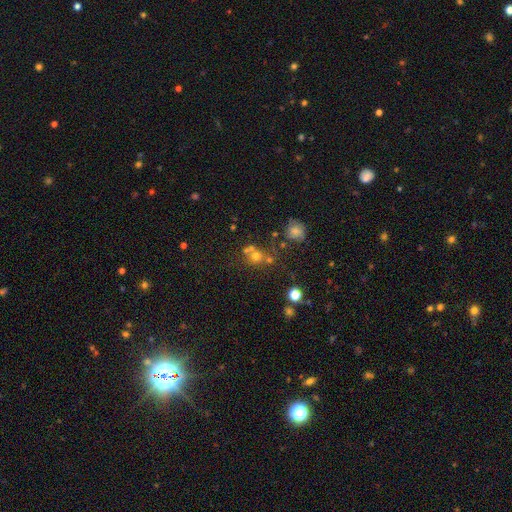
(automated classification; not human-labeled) A smooth galaxy with no disk features (60%) that is round (84%).

Vote fractions:
- Smooth or featured? smooth: 60% / star or artifact: 26% / featured or disk: 14%
- How rounded? round: 84% / in between: 15% / cigar-shaped: 1%
- Merging? none: 53% / merger: 32% / minor disturbance: 10% / major disturbance: 5%